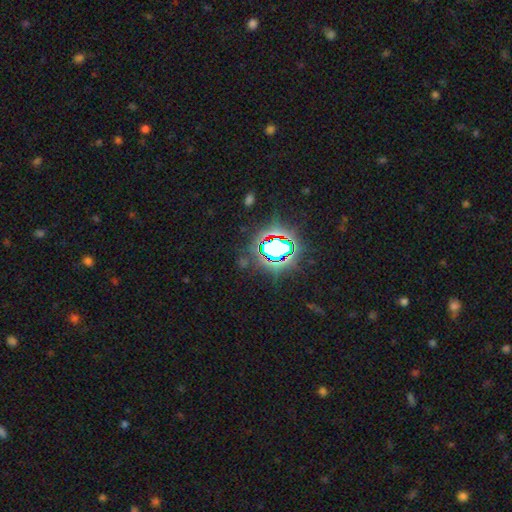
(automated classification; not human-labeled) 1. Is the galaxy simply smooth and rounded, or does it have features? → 77% star or artifact, 14% smooth, 9% featured or disk.